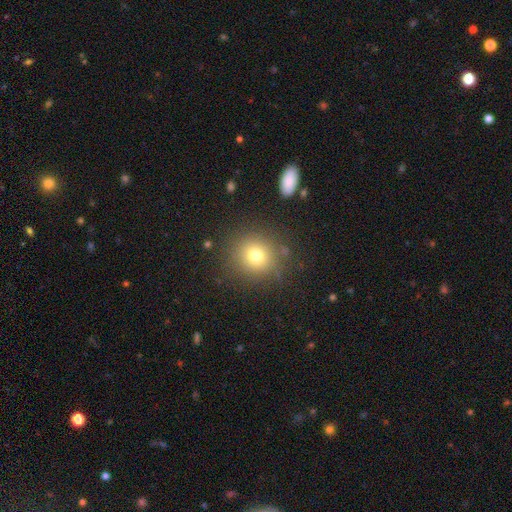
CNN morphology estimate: Smooth or featured?
  - smooth: 74% *
  - star or artifact: 15%
  - featured or disk: 11%
How rounded?
  - round: 90% *
  - in between: 9%
  - cigar-shaped: 1%
Merging?
  - none: 86% *
  - minor disturbance: 9%
  - major disturbance: 4%
  - merger: 2%